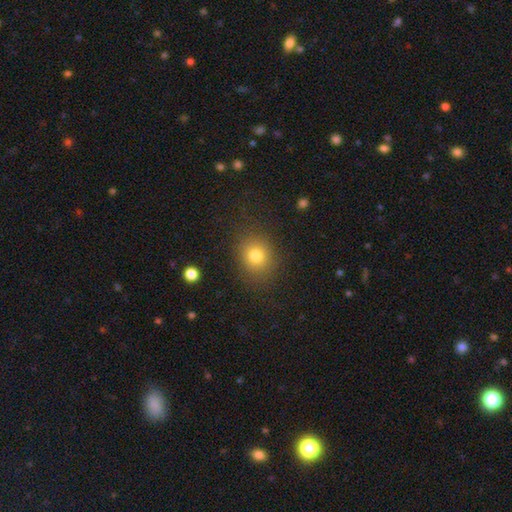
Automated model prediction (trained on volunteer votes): Smooth or featured?
  - smooth: 78% *
  - star or artifact: 13%
  - featured or disk: 9%
How rounded?
  - round: 71% *
  - in between: 28%
  - cigar-shaped: 1%
Merging?
  - none: 84% *
  - minor disturbance: 10%
  - major disturbance: 5%
  - merger: 1%